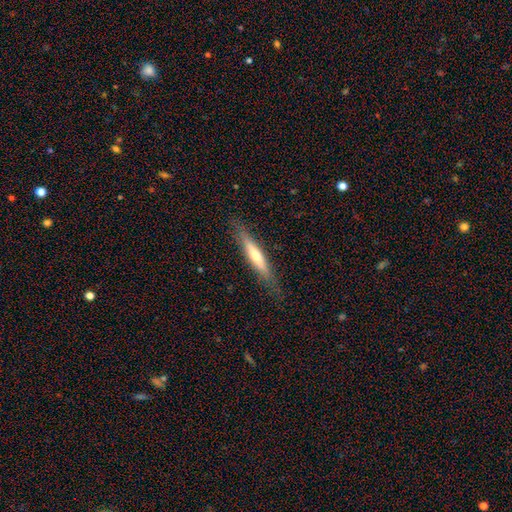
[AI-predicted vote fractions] A featured or disk galaxy (48%).

Vote fractions:
- Smooth or featured? featured or disk: 48% / smooth: 46% / star or artifact: 6%
- Merging? none: 84% / minor disturbance: 12% / major disturbance: 3% / merger: 1%